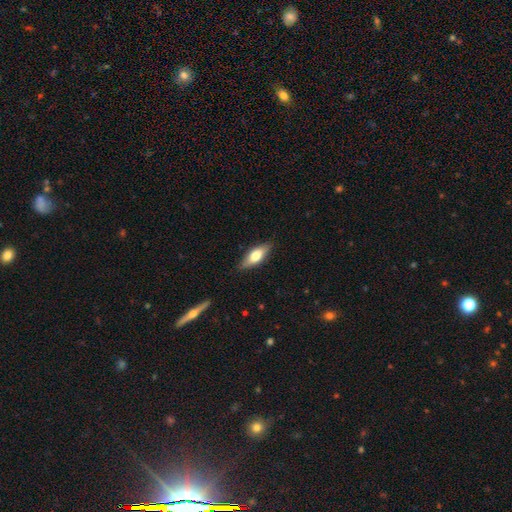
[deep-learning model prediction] Smooth or featured? Predicted: smooth (p=0.60). How rounded? Predicted: in between (p=0.68). Merging? Predicted: none (p=0.85).